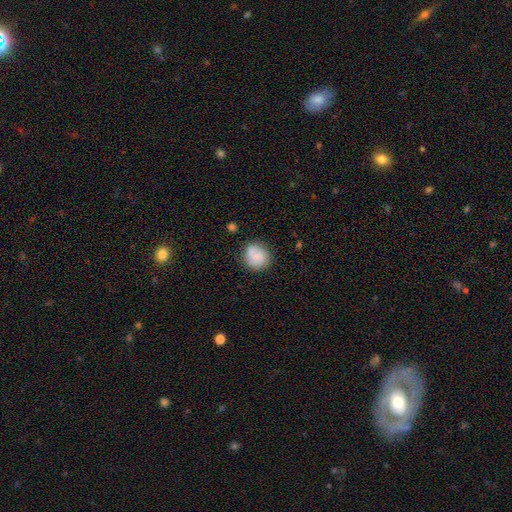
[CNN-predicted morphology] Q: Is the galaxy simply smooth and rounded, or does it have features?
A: smooth — 83%.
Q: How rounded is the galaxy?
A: round — 78%.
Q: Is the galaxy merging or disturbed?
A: none — 77%.